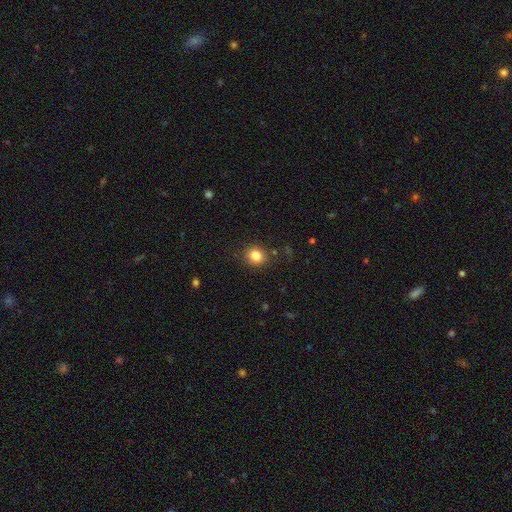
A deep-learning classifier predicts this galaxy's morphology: smooth_or_featured: smooth (p=0.83) [alt: star or artifact p=0.11]
how_rounded: round (p=0.78) [alt: in between p=0.21]
merging: none (p=0.87) [alt: minor disturbance p=0.09]